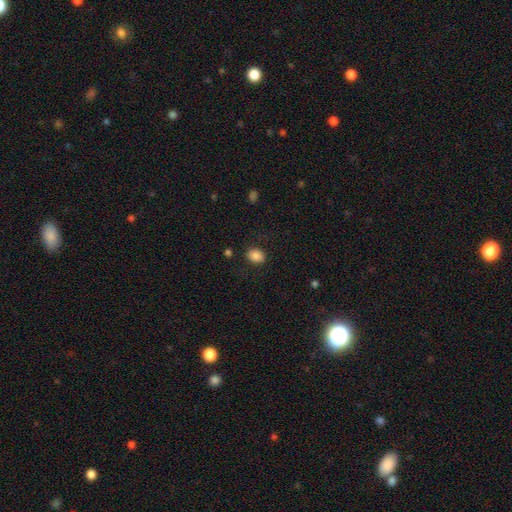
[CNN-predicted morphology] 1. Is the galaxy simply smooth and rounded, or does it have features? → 85% smooth, 9% star or artifact, 6% featured or disk.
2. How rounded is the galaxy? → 65% in between, 34% round, 1% cigar-shaped.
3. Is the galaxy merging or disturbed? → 85% none, 10% minor disturbance, 4% major disturbance, 1% merger.